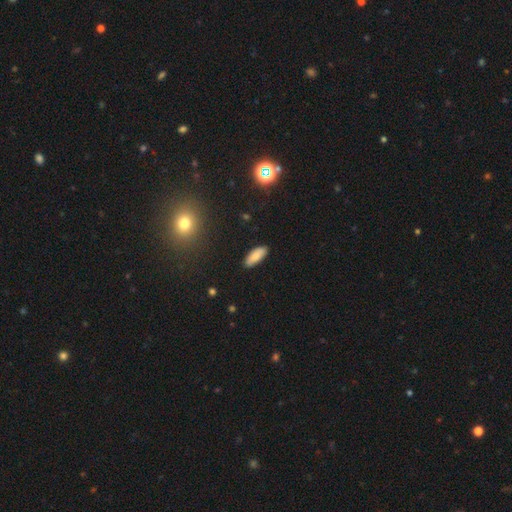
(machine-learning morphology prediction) smooth 83%, featured or disk 10%, star or artifact 7%. Down the decision tree: how rounded — in between (72%); merging — none (86%).